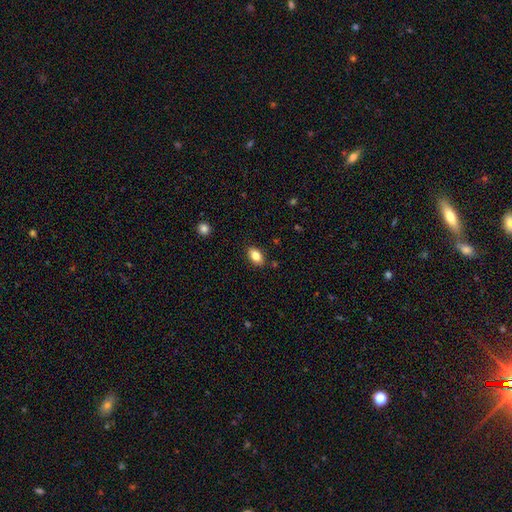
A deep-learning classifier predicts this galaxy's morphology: smooth 83%, star or artifact 9%, featured or disk 8%. Down the decision tree: how rounded — in between (88%); merging — none (86%).